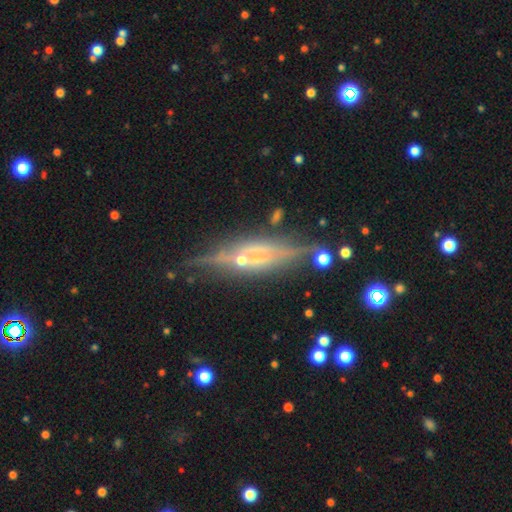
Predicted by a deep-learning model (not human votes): Smooth or featured? featured or disk (70%)
Edge-on disk? yes (86%)
Edge-on bulge? rounded (59%)
Merging? none (74%)